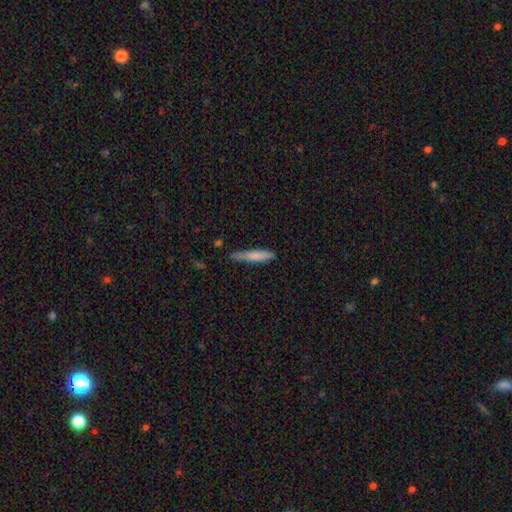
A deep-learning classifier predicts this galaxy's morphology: The model was most divided on "merging": none: 69%, minor disturbance: 23%, major disturbance: 4%, merger: 3%. More confident: how rounded — cigar-shaped (91%); smooth or featured — smooth (76%).